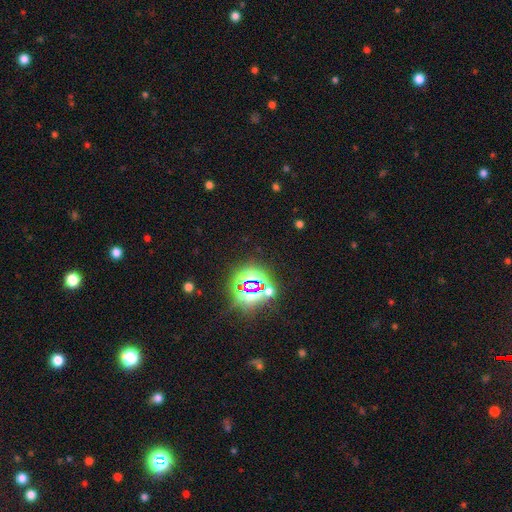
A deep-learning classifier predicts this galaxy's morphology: smooth-or-featured: star or artifact: 80% | smooth: 13% | featured or disk: 7%